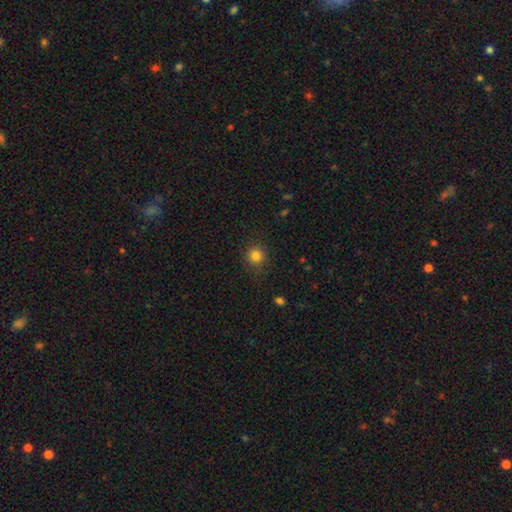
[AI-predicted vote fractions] The model was most divided on "smooth or featured": smooth: 83%, star or artifact: 12%, featured or disk: 5%. More confident: how rounded — round (91%); merging — none (87%).